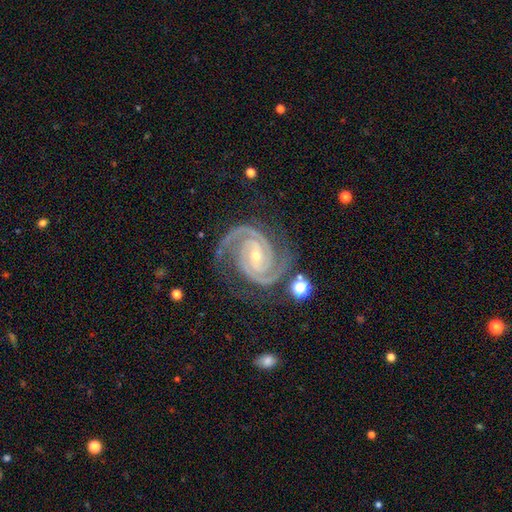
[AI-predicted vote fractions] This is clearly a featured or disk galaxy (94%). It is clearly not viewed edge-on (98%). Bar: possibly no (45%). Spiral arm pattern: clearly yes (99%). Spiral arm count: clearly 2 (82%). Spiral winding: likely tight (68%). Central bulge: likely small (66%). Merging: likely none (77%).